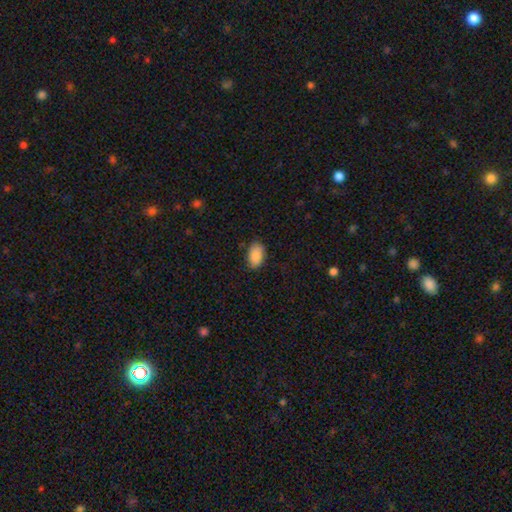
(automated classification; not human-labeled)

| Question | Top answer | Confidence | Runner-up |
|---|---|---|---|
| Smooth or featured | smooth | 89% | star or artifact (7%) |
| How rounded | in between | 92% | round (7%) |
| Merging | none | 81% | minor disturbance (15%) |